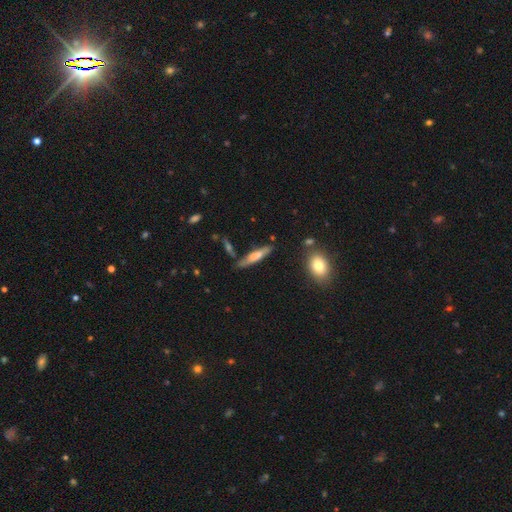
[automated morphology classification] Overall: smooth (59%; featured or disk 34%). How rounded: cigar-shaped (81%). Merging: none (67%).